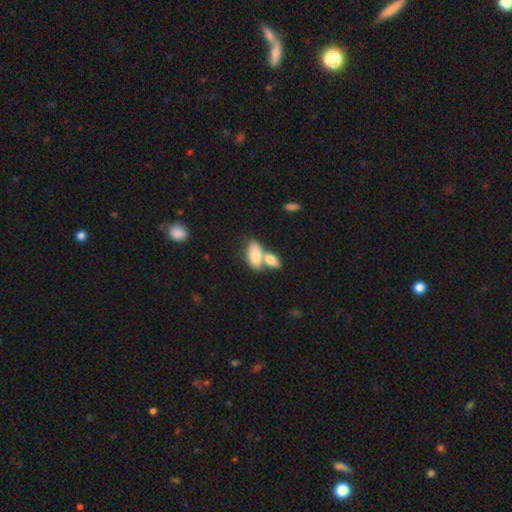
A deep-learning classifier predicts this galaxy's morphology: smooth 79%, featured or disk 15%, star or artifact 6%. Down the decision tree: how rounded — in between (90%); merging — merger (58%).